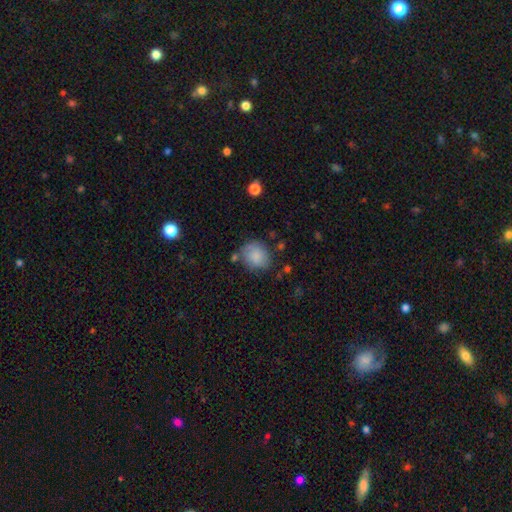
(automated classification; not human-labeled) Q: Smooth or featured?
A: smooth (82%); runner-up: featured or disk (10%)
Q: How rounded?
A: round (70%); runner-up: in between (29%)
Q: Merging?
A: none (65%); runner-up: minor disturbance (21%)